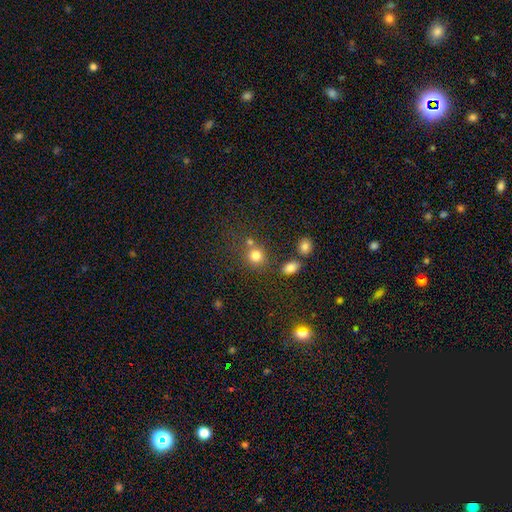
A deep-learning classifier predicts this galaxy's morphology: Smooth or featured: smooth — 78% (star or artifact — 14%)
How rounded: round — 84% (in between — 15%)
Merging: none — 64% (merger — 19%)